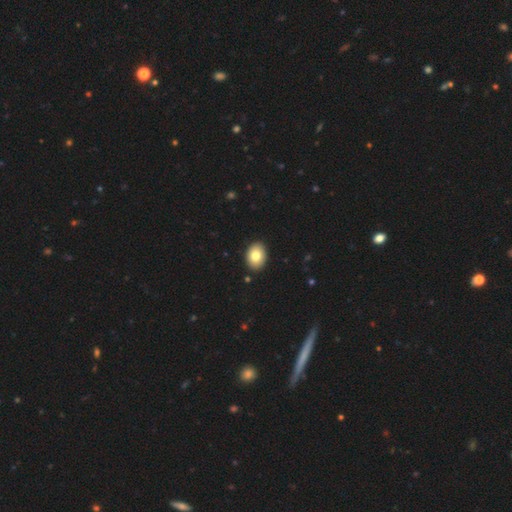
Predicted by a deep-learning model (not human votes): This appears to be a smooth galaxy with no disk features (82%) that is in between round and cigar-shaped (77%). Merging: none (91%).